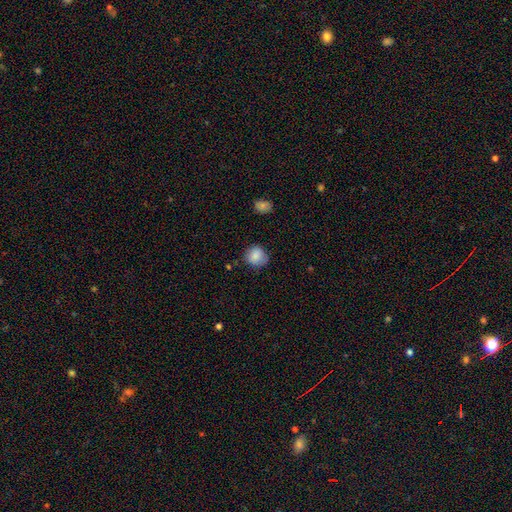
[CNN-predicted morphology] A smooth galaxy with no disk features (85%) that is round (81%). Merging: none (74%).